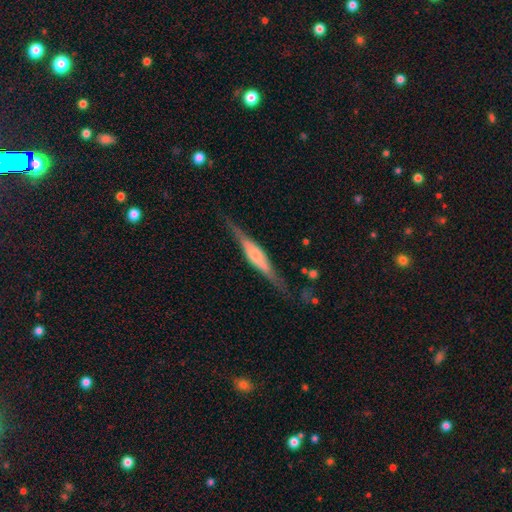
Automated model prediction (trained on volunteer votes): featured or disk 73%, smooth 21%, star or artifact 6%. Down the decision tree: edge-on disk — yes (96%); edge-on bulge — rounded (62%); merging — none (80%).